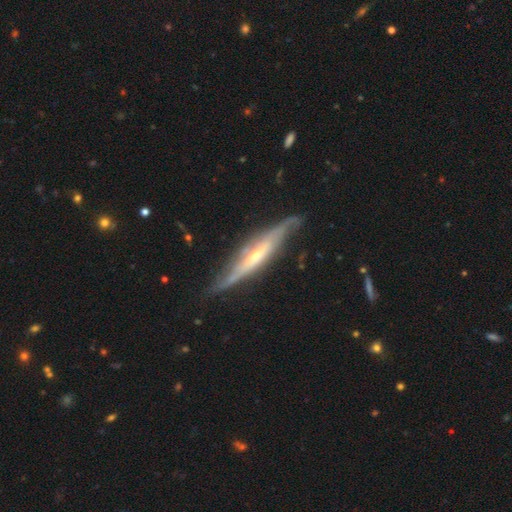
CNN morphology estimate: Smooth or featured? featured or disk (79%)
Edge-on disk? yes (77%)
Edge-on bulge? rounded (55%)
Merging? none (70%)